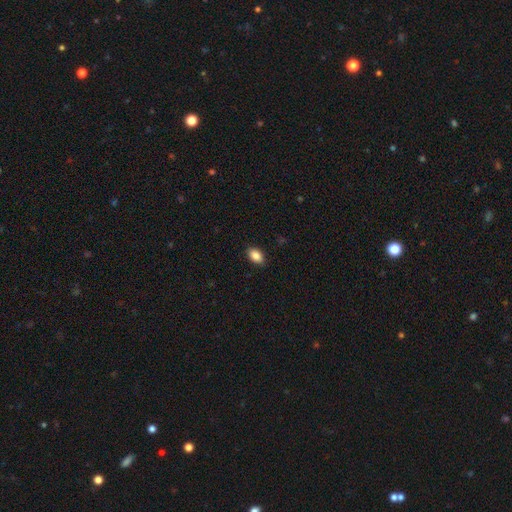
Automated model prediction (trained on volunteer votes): Smooth or featured?
  - smooth: 88% *
  - star or artifact: 8%
  - featured or disk: 4%
How rounded?
  - in between: 90% *
  - round: 8%
  - cigar-shaped: 2%
Merging?
  - none: 89% *
  - minor disturbance: 9%
  - major disturbance: 2%
  - merger: 1%